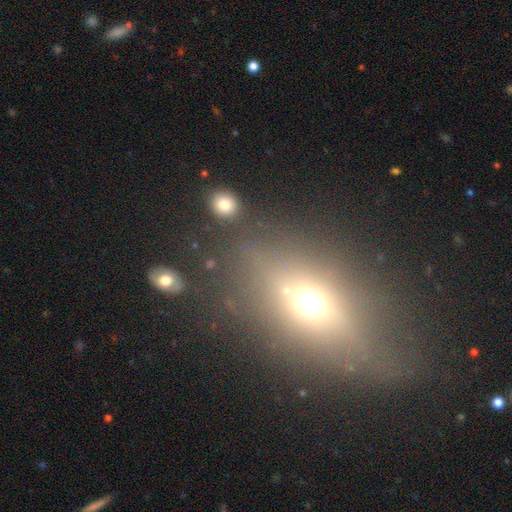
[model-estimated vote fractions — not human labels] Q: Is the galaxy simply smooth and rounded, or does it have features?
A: smooth — 53%.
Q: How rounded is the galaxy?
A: round — 53%.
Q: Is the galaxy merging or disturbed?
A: none — 72%.